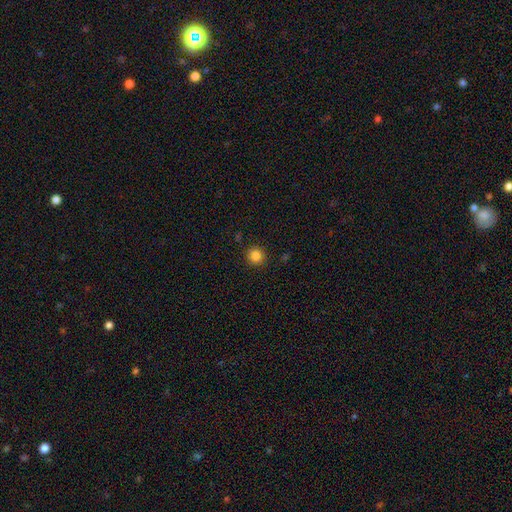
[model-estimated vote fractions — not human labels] Smooth or featured? smooth (84%)
How rounded? round (94%)
Merging? none (90%)